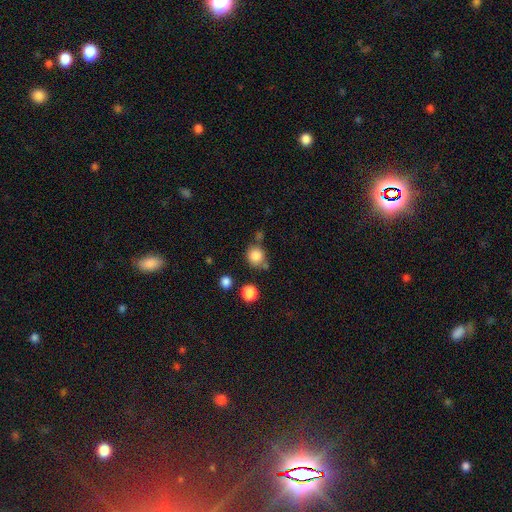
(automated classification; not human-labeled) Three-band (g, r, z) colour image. It shows a smooth galaxy with no disk features (83%) that is round (88%). Merging: none (69%).